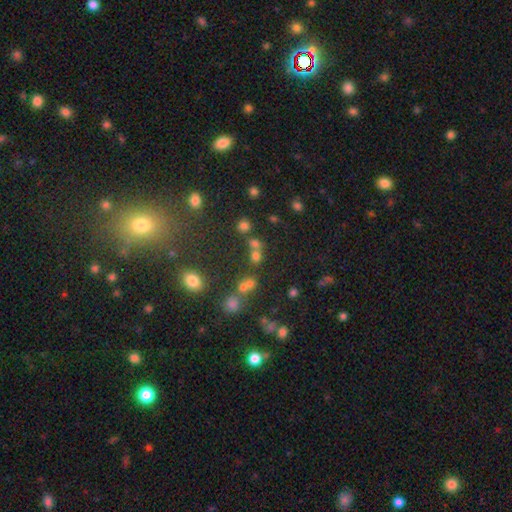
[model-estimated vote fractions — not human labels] The model was most divided on "merging": none: 52%, merger: 34%, minor disturbance: 9%, major disturbance: 5%. More confident: how rounded — round (76%); smooth or featured — smooth (60%).